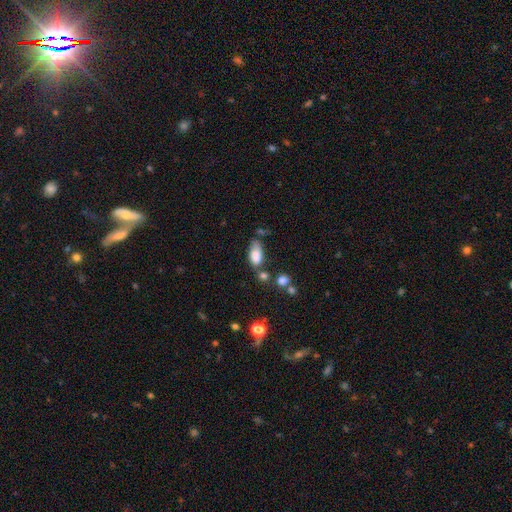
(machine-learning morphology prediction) Smooth or featured?
  - smooth: 79% *
  - featured or disk: 12%
  - star or artifact: 9%
How rounded?
  - in between: 88% *
  - cigar-shaped: 8%
  - round: 4%
Merging?
  - none: 41% *
  - minor disturbance: 30%
  - merger: 15%
  - major disturbance: 13%